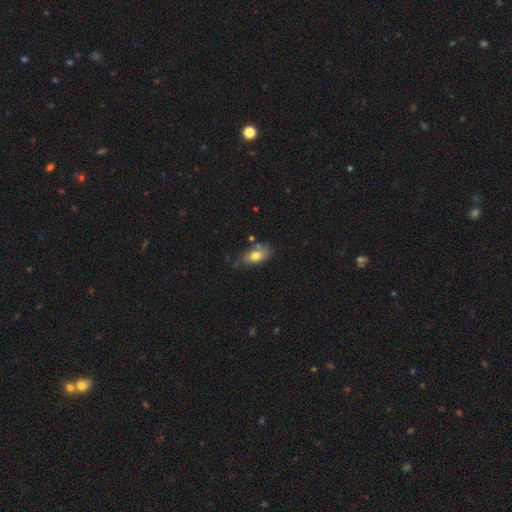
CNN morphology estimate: A smooth galaxy with no disk features (72%) that is in between round and cigar-shaped (87%).

Vote fractions:
- Smooth or featured? smooth: 72% / featured or disk: 20% / star or artifact: 8%
- How rounded? in between: 87% / round: 8% / cigar-shaped: 5%
- Merging? none: 55% / minor disturbance: 28% / merger: 9% / major disturbance: 8%